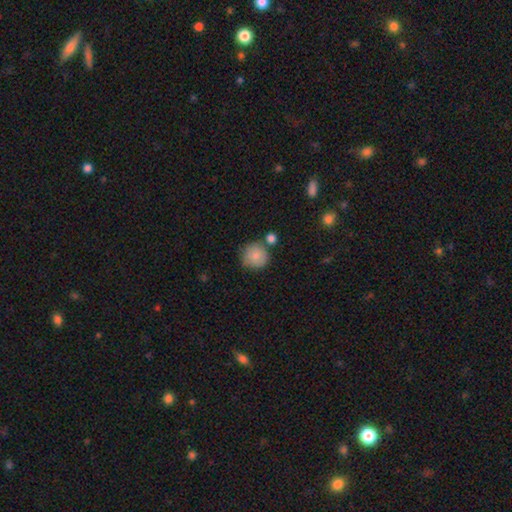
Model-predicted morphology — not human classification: smooth 86%, star or artifact 7%, featured or disk 7%. Down the decision tree: how rounded — round (92%); merging — none (69%).